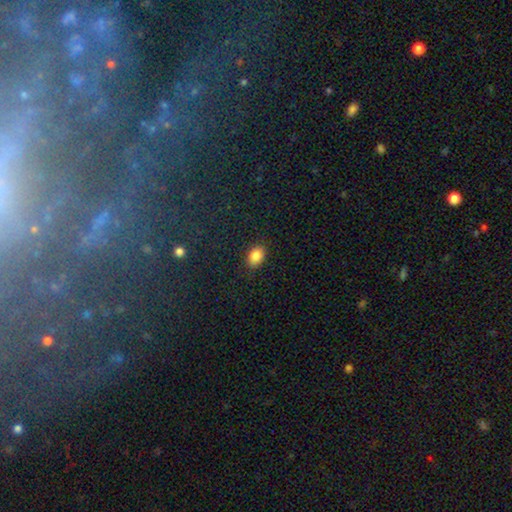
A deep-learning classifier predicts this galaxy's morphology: Q: Smooth or featured?
A: smooth (85%); runner-up: star or artifact (10%)
Q: How rounded?
A: in between (78%); runner-up: round (20%)
Q: Merging?
A: none (87%); runner-up: minor disturbance (9%)